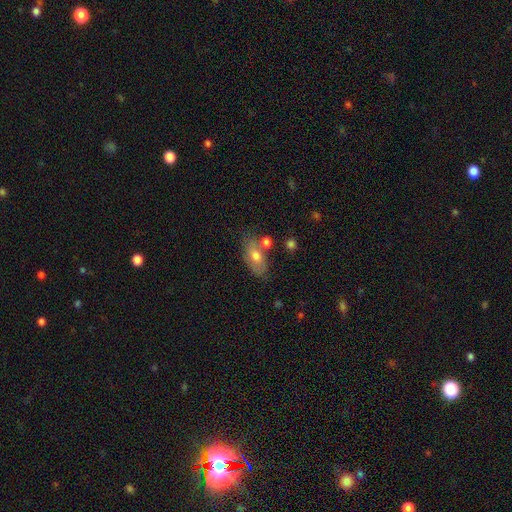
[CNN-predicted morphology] Smooth or featured? smooth (67%)
How rounded? in between (88%)
Merging? none (64%)